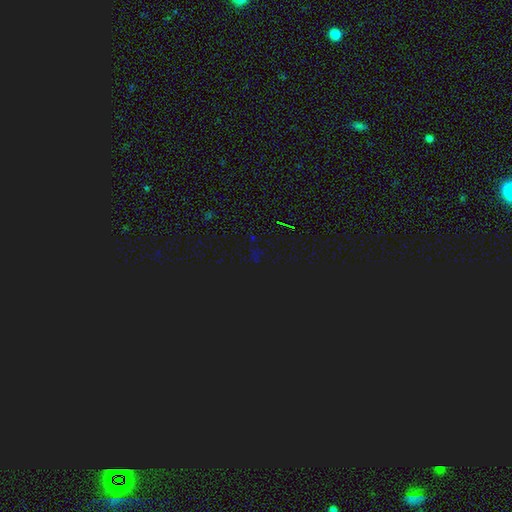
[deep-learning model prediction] A star or artifact, not a galaxy (80%).